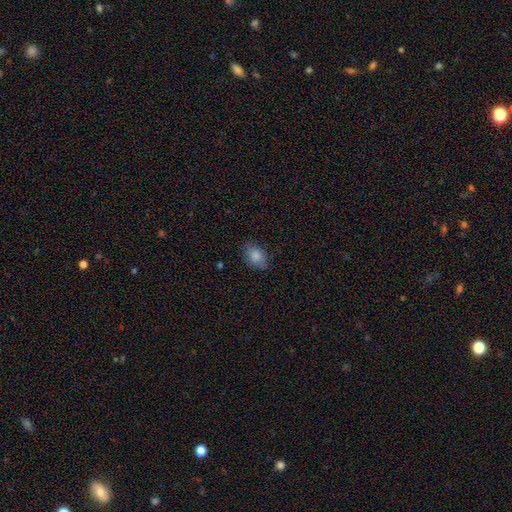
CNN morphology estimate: smooth 85%, star or artifact 8%, featured or disk 7%. Down the decision tree: how rounded — in between (84%); merging — none (79%).